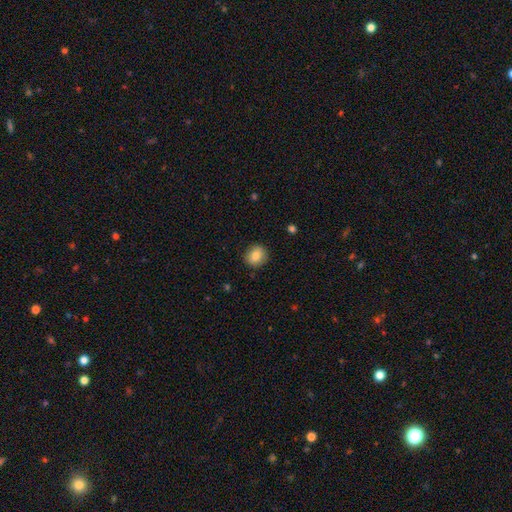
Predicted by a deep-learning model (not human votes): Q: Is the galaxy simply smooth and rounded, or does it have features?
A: smooth — 85%.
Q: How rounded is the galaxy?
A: round — 76%.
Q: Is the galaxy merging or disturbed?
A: none — 87%.